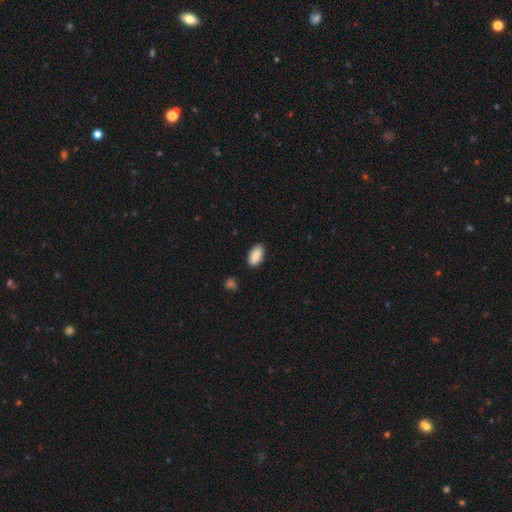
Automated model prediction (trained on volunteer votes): Smooth or featured?
  - smooth: 89% *
  - star or artifact: 7%
  - featured or disk: 4%
How rounded?
  - in between: 93% *
  - cigar-shaped: 4%
  - round: 4%
Merging?
  - none: 86% *
  - minor disturbance: 11%
  - major disturbance: 2%
  - merger: 2%